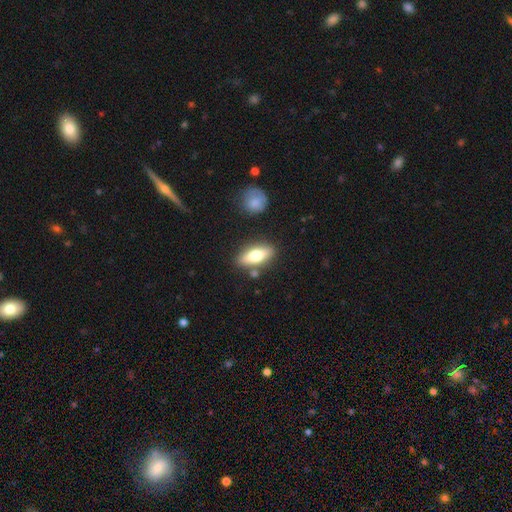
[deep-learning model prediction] smooth_or_featured: smooth (p=0.67) [alt: featured or disk p=0.27]
how_rounded: in between (p=0.74) [alt: cigar-shaped p=0.23]
merging: none (p=0.80) [alt: minor disturbance p=0.11]